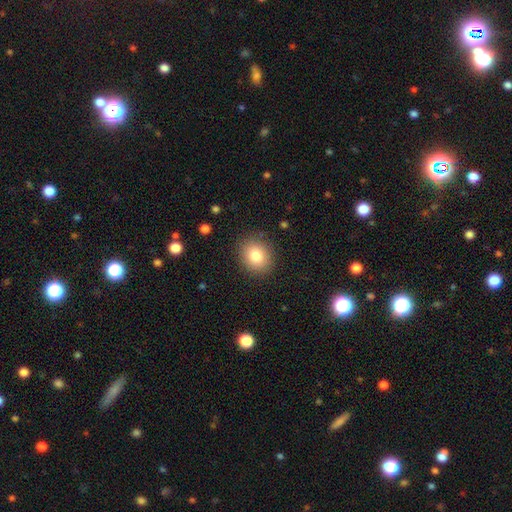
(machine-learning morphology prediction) Smooth or featured?
  - smooth: 82% *
  - star or artifact: 10%
  - featured or disk: 8%
How rounded?
  - round: 66% *
  - in between: 33%
  - cigar-shaped: 1%
Merging?
  - none: 87% *
  - minor disturbance: 9%
  - major disturbance: 3%
  - merger: 1%